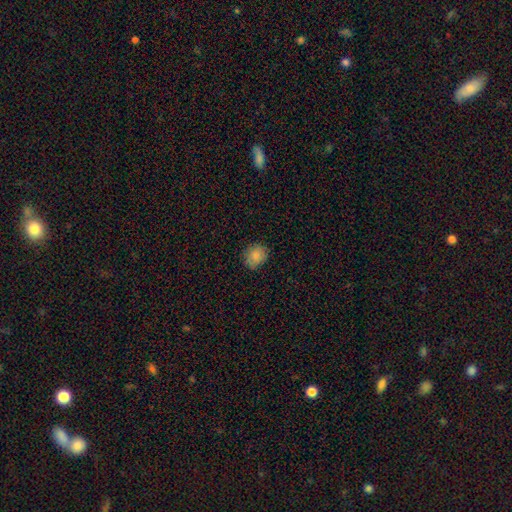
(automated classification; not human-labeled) Q: Smooth or featured?
A: smooth (84%); runner-up: star or artifact (9%)
Q: How rounded?
A: round (69%); runner-up: in between (31%)
Q: Merging?
A: none (83%); runner-up: minor disturbance (13%)